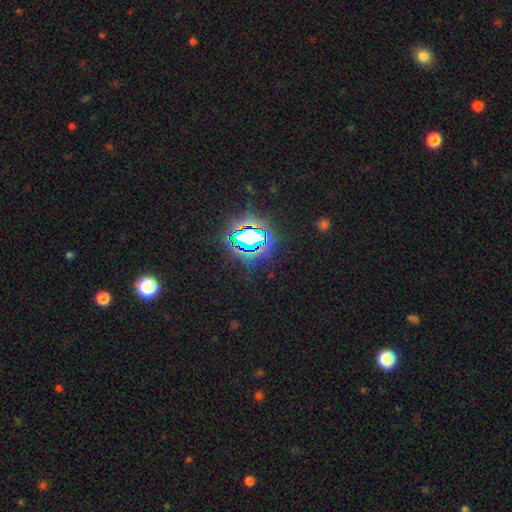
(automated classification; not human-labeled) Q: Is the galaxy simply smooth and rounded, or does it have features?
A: star or artifact — 83%.